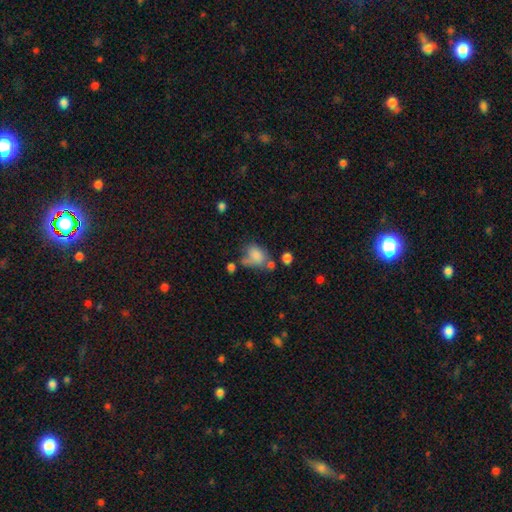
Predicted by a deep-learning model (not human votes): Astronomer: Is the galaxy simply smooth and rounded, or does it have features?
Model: smooth — 75%.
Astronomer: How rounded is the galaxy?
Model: in between — 72%.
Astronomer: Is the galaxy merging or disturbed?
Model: none — 31% (runner-up: merger, 24%).